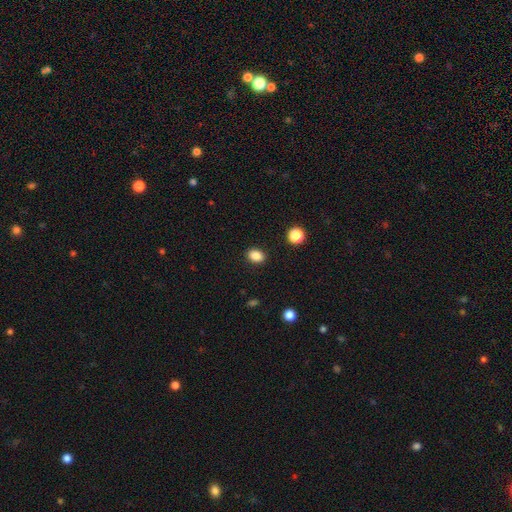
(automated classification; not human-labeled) Morphology: type=smooth (86%); roundness=in between (68%); merging=none (89%).